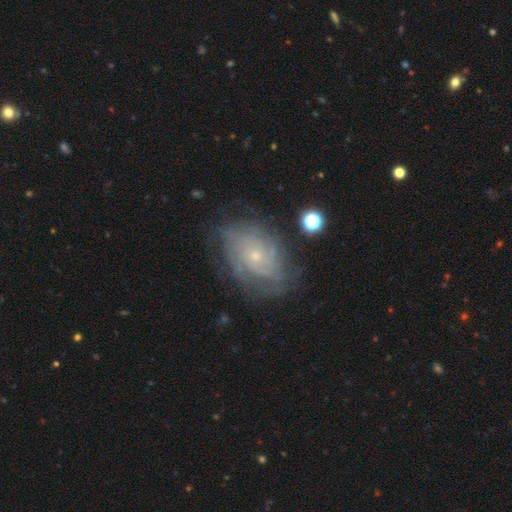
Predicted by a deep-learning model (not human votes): A featured or disk galaxy (77%) with no bar (81%), tight (66%) spiral arms (89%) and a small central bulge (80%).

Vote fractions:
- Smooth or featured? featured or disk: 77% / smooth: 15% / star or artifact: 8%
- Edge-on disk? no: 96% / yes: 4%
- Bar? no: 81% / weak: 16% / strong: 3%
- Spiral arms? yes: 89% / no: 11%
- Spiral winding? tight: 66% / medium: 26% / loose: 8%
- Spiral arm count? can't tell: 50% / 2: 14% / 3: 12% / 4: 11% / more than 4: 7% / 1: 5%
- Bulge size? small: 80% / moderate: 15% / none: 2% / large: 1% / dominant: 1%
- Merging? none: 69% / minor disturbance: 20% / major disturbance: 9% / merger: 2%